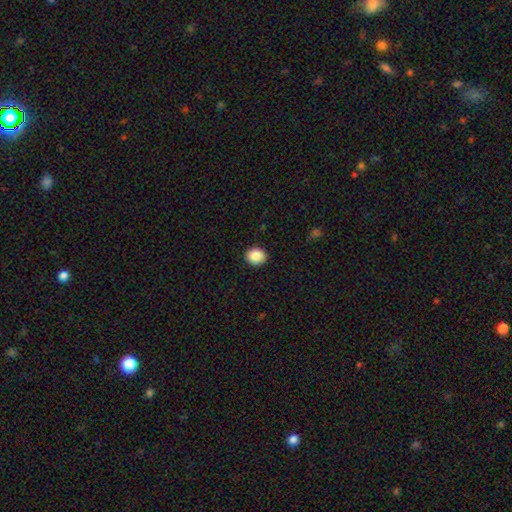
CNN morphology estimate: A smooth galaxy with no disk features (87%) that is round (68%).

Vote fractions:
- Smooth or featured? smooth: 87% / star or artifact: 9% / featured or disk: 5%
- How rounded? round: 68% / in between: 31% / cigar-shaped: 1%
- Merging? none: 92% / minor disturbance: 6% / major disturbance: 2% / merger: 1%